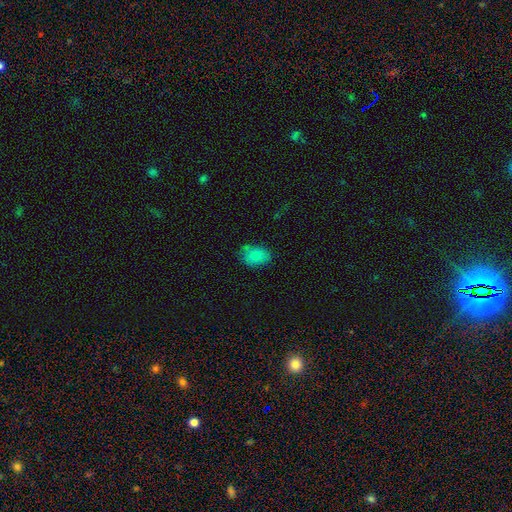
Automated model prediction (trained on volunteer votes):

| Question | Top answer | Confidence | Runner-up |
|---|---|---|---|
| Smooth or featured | smooth | 85% | star or artifact (9%) |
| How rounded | in between | 79% | round (19%) |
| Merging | none | 67% | minor disturbance (23%) |